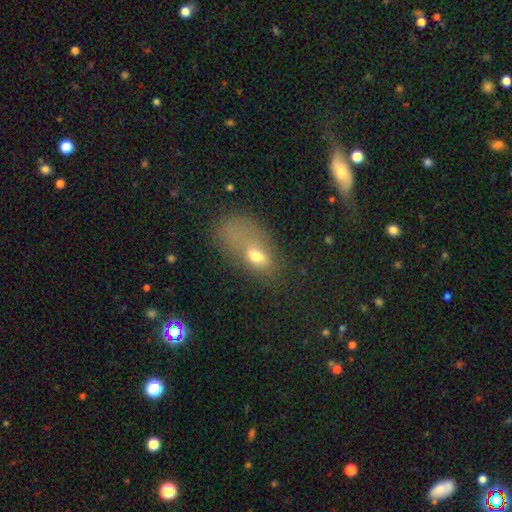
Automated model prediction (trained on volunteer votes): Morphology: type=smooth (64%); roundness=in between (83%); merging=major disturbance (42%).